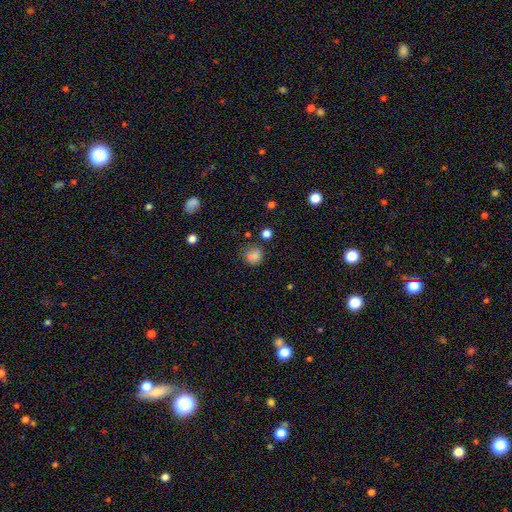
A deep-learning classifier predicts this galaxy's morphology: Smooth or featured? Predicted: smooth (p=0.78). How rounded? Predicted: round (p=0.80). Merging? Predicted: none (p=0.63).